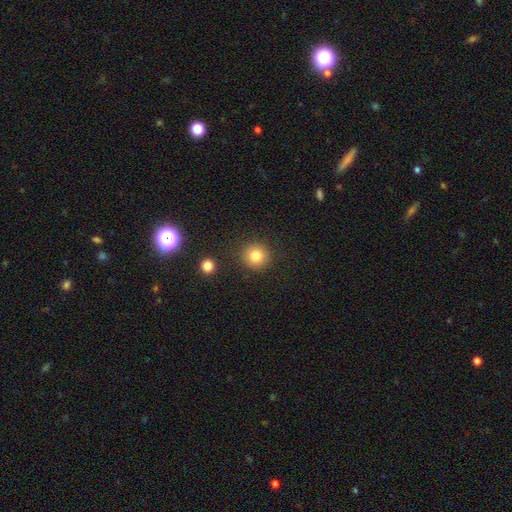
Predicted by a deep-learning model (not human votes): Smooth or featured: smooth — 81% (star or artifact — 12%)
How rounded: round — 93% (in between — 6%)
Merging: none — 88% (minor disturbance — 7%)